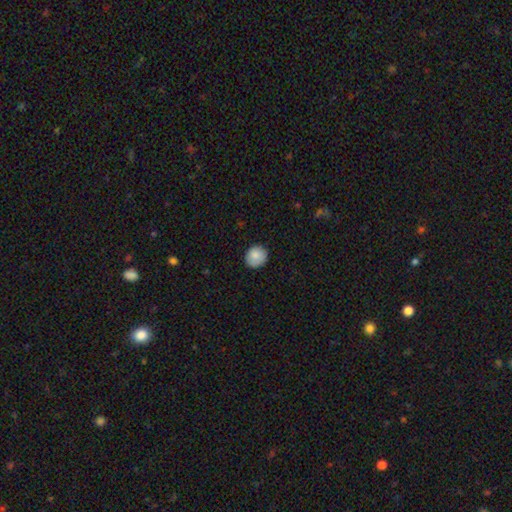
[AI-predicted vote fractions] Q: Smooth or featured?
A: smooth (86%); runner-up: star or artifact (8%)
Q: How rounded?
A: round (86%); runner-up: in between (13%)
Q: Merging?
A: none (84%); runner-up: minor disturbance (13%)